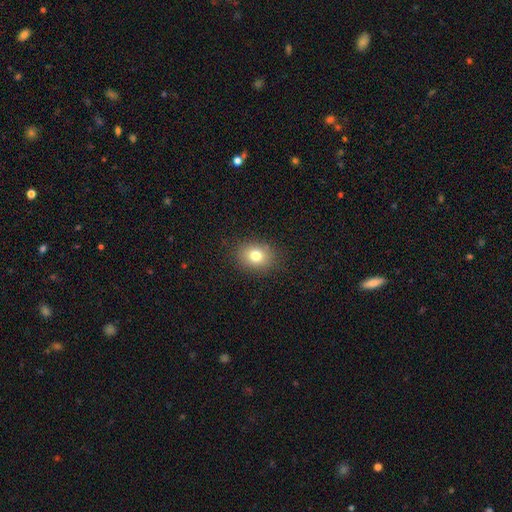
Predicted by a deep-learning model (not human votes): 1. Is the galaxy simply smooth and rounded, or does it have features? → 78% smooth, 12% star or artifact, 9% featured or disk.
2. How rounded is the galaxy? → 50% in between, 49% round, 1% cigar-shaped.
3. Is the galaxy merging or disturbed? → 87% none, 9% minor disturbance, 3% major disturbance, 1% merger.